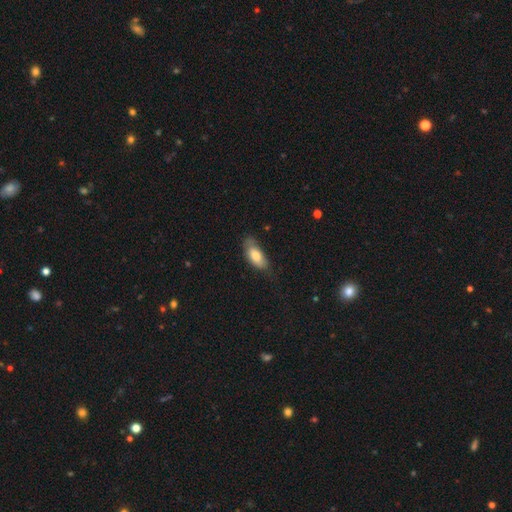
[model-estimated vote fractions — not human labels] smooth-or-featured: smooth: 74% | featured or disk: 20% | star or artifact: 6%
  how-rounded: in between: 87% | cigar-shaped: 11% | round: 3%
  merging: none: 62% | minor disturbance: 29% | major disturbance: 8% | merger: 2%